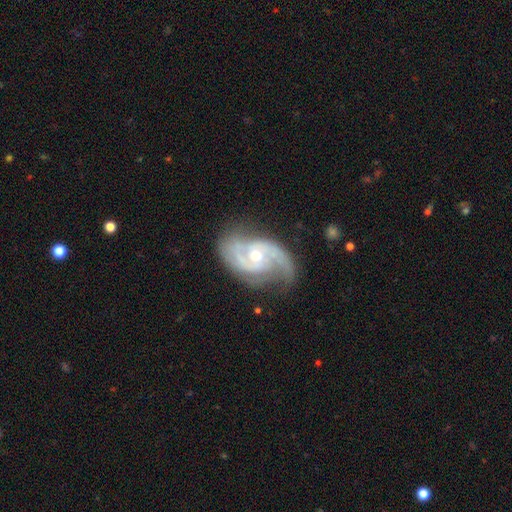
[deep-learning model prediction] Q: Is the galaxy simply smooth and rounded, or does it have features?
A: featured or disk — 90%.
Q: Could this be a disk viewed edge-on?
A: no — 97%.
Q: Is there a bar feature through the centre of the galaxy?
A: no — 57%.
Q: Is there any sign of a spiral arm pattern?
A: yes — 97%.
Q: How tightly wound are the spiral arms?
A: medium — 51%.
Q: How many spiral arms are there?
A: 2 — 80%.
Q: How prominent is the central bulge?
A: moderate — 60%.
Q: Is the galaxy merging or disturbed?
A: none — 67%.